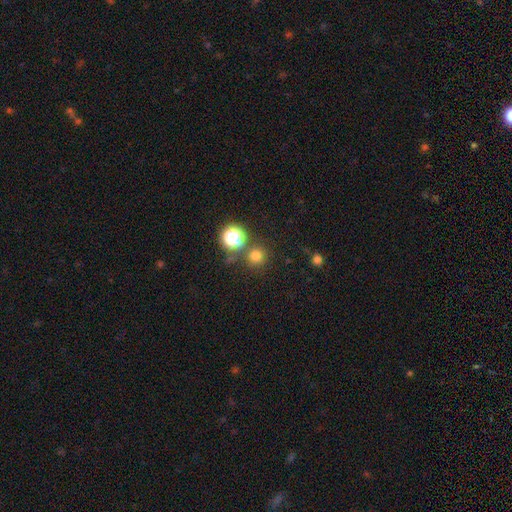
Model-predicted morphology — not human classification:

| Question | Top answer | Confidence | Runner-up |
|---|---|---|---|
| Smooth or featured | smooth | 73% | star or artifact (21%) |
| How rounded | round | 93% | in between (6%) |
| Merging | none | 79% | merger (10%) |